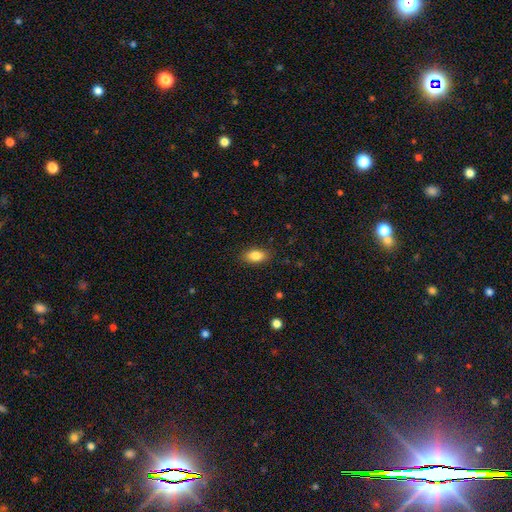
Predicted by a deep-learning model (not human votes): Smooth or featured?
  - smooth: 84% *
  - star or artifact: 8%
  - featured or disk: 8%
How rounded?
  - in between: 89% *
  - round: 6%
  - cigar-shaped: 5%
Merging?
  - none: 87% *
  - minor disturbance: 10%
  - major disturbance: 3%
  - merger: 1%